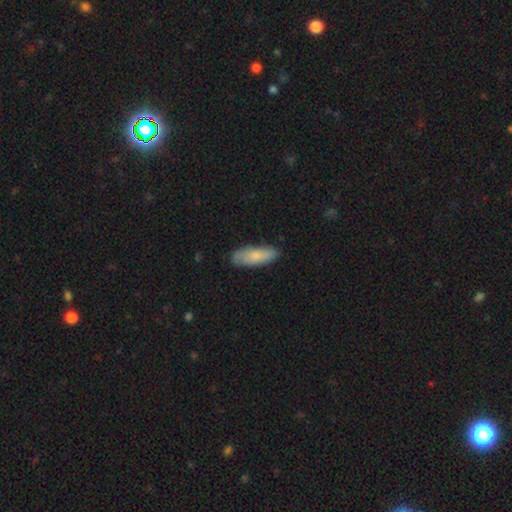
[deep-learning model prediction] A smooth galaxy with no disk features (78%) that is in between round and cigar-shaped (61%).

Vote fractions:
- Smooth or featured? smooth: 78% / featured or disk: 17% / star or artifact: 5%
- How rounded? in between: 61% / cigar-shaped: 38% / round: 2%
- Merging? none: 84% / minor disturbance: 13% / major disturbance: 2% / merger: 1%